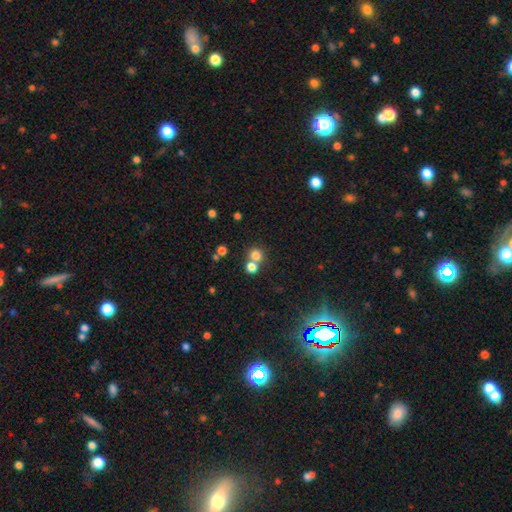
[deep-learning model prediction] The model was most divided on "merging": none: 56%, merger: 35%, minor disturbance: 6%, major disturbance: 3%. More confident: how rounded — round (88%); smooth or featured — smooth (76%).